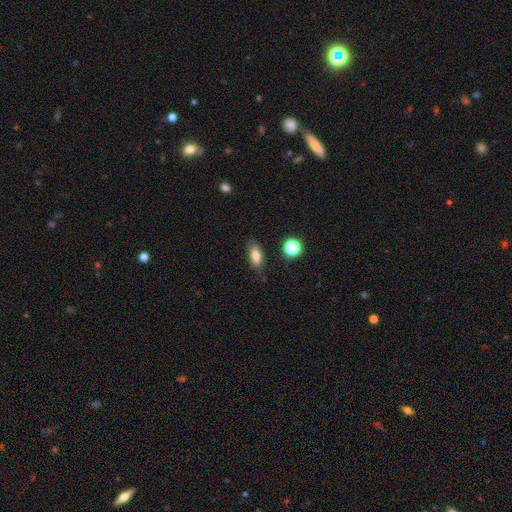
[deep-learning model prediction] A smooth galaxy with no disk features (78%) that is in between round and cigar-shaped (77%).

Vote fractions:
- Smooth or featured? smooth: 78% / featured or disk: 11% / star or artifact: 10%
- How rounded? in between: 77% / cigar-shaped: 17% / round: 6%
- Merging? none: 80% / minor disturbance: 14% / major disturbance: 3% / merger: 2%